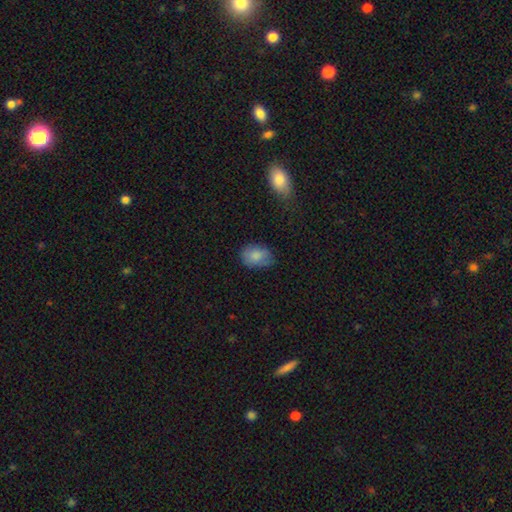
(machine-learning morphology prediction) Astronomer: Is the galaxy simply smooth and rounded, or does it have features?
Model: smooth — 83%.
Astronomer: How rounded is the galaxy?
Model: in between — 74%.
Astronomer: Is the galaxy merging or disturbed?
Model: none — 63%.